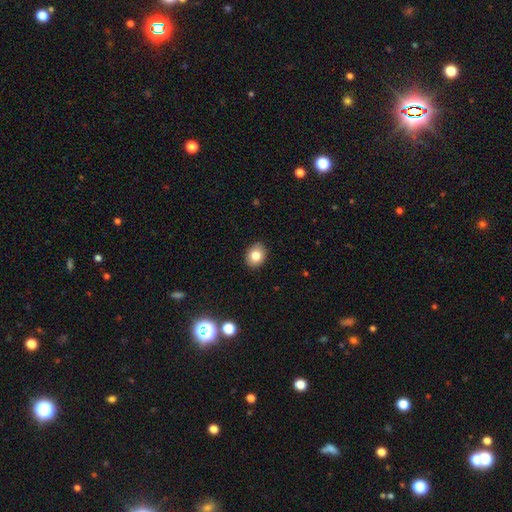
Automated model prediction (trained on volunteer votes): Q: Smooth or featured?
A: smooth (81%); runner-up: star or artifact (10%)
Q: How rounded?
A: in between (54%); runner-up: round (45%)
Q: Merging?
A: none (88%); runner-up: minor disturbance (9%)